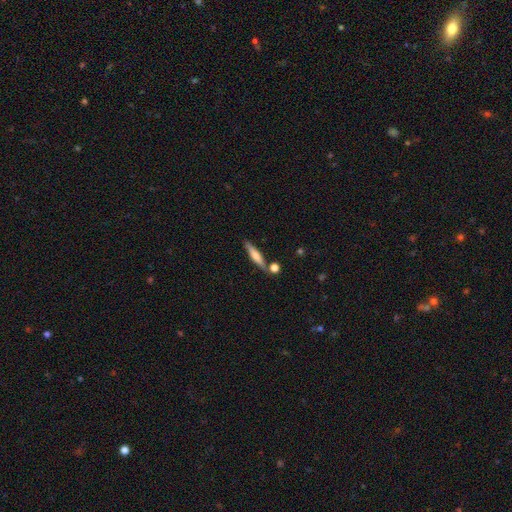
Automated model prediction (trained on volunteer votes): Smooth or featured?
  - smooth: 55% *
  - featured or disk: 39%
  - star or artifact: 7%
How rounded?
  - cigar-shaped: 88% *
  - in between: 10%
  - round: 2%
Merging?
  - none: 76% *
  - minor disturbance: 11%
  - merger: 10%
  - major disturbance: 3%